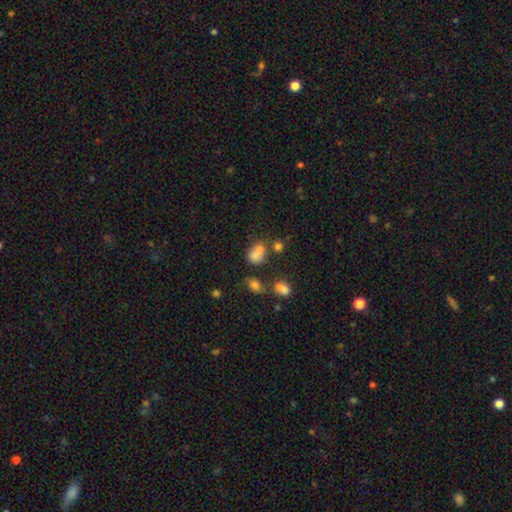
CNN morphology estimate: A smooth galaxy with no disk features (75%) that is in between round and cigar-shaped (72%). Merging: none (40%).